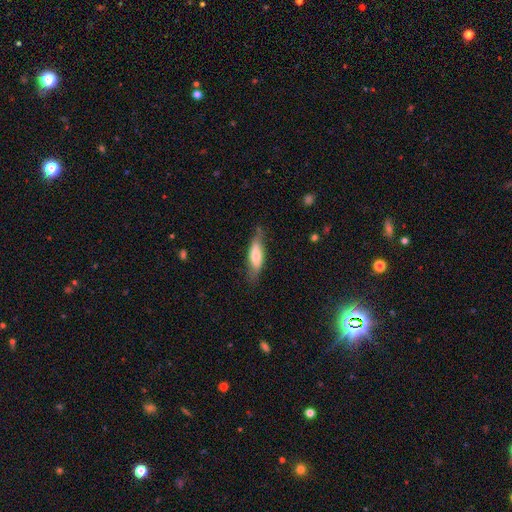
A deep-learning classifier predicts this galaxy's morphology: This is likely a smooth galaxy (66%). How rounded: possibly in between (52%). Merging: likely none (70%).